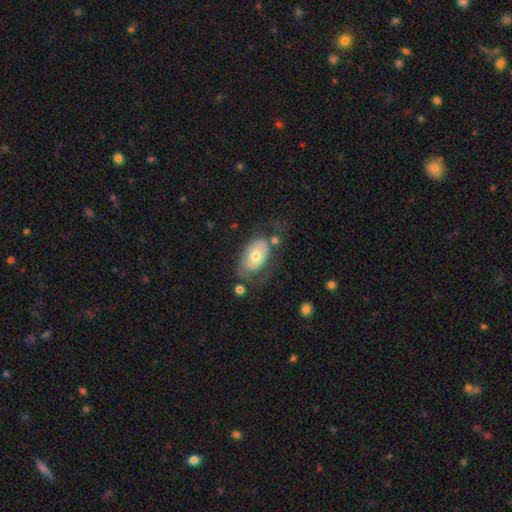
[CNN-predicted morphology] type=smooth (55%); roundness=in between (90%); merging=none (45%).